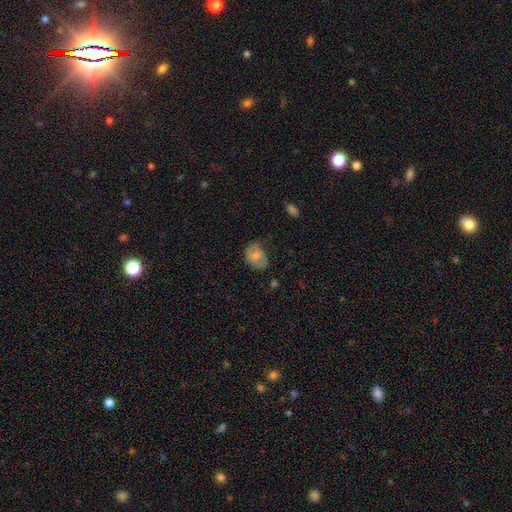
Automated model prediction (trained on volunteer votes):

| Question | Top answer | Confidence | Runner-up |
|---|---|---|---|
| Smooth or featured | smooth | 68% | featured or disk (24%) |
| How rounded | in between | 73% | round (26%) |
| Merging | none | 57% | minor disturbance (31%) |